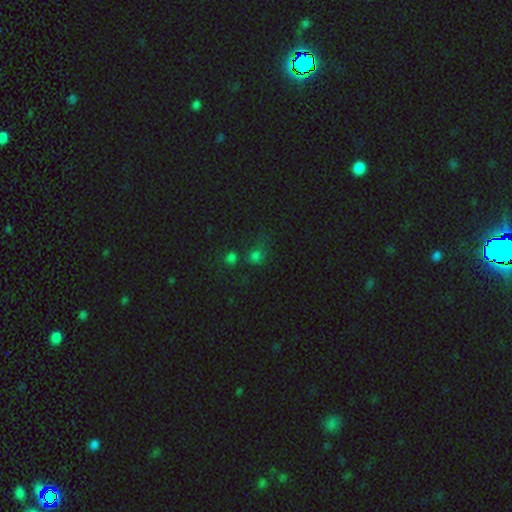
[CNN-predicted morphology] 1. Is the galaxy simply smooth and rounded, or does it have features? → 64% smooth, 29% star or artifact, 7% featured or disk.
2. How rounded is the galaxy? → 75% round, 23% in between, 2% cigar-shaped.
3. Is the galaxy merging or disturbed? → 50% none, 21% merger, 16% minor disturbance, 12% major disturbance.